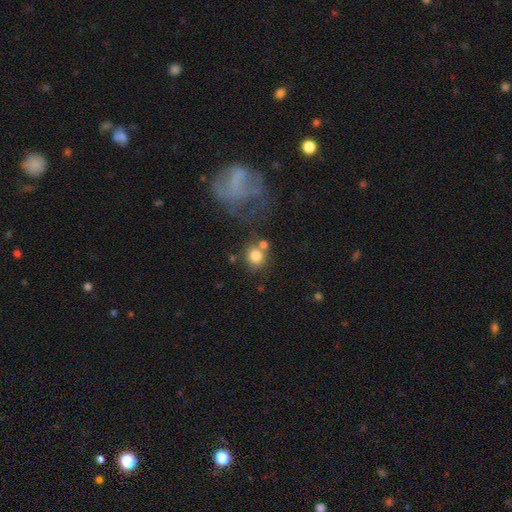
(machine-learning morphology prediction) smooth-or-featured: smooth: 80% | star or artifact: 10% | featured or disk: 10%
  how-rounded: round: 79% | in between: 20% | cigar-shaped: 1%
  merging: none: 60% | merger: 20% | minor disturbance: 13% | major disturbance: 7%